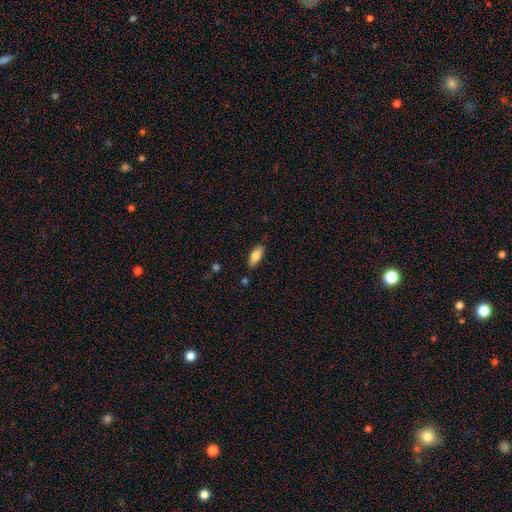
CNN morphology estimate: The model was most divided on "how rounded": in between: 83%, cigar-shaped: 15%, round: 2%. More confident: merging — none (83%); smooth or featured — smooth (81%).